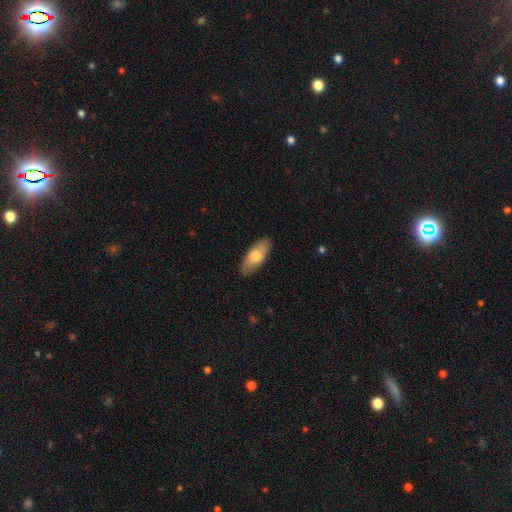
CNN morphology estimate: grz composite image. It shows a smooth galaxy with no disk features (73%) that is in between round and cigar-shaped (79%). Merging: none (86%).